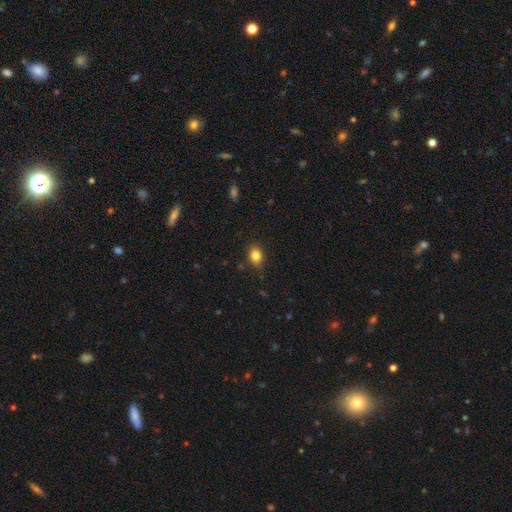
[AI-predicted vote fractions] Smooth or featured: smooth — 83% (star or artifact — 11%)
How rounded: in between — 61% (round — 37%)
Merging: none — 84% (minor disturbance — 12%)